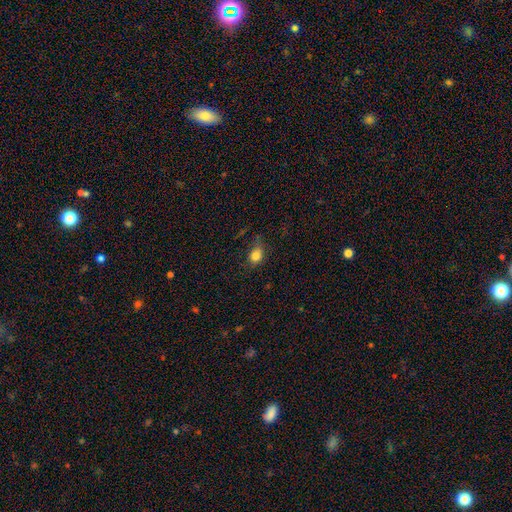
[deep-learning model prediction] Smooth or featured?
  - smooth: 81% *
  - star or artifact: 11%
  - featured or disk: 8%
How rounded?
  - round: 50% *
  - in between: 49%
  - cigar-shaped: 2%
Merging?
  - none: 61% *
  - minor disturbance: 26%
  - major disturbance: 10%
  - merger: 2%